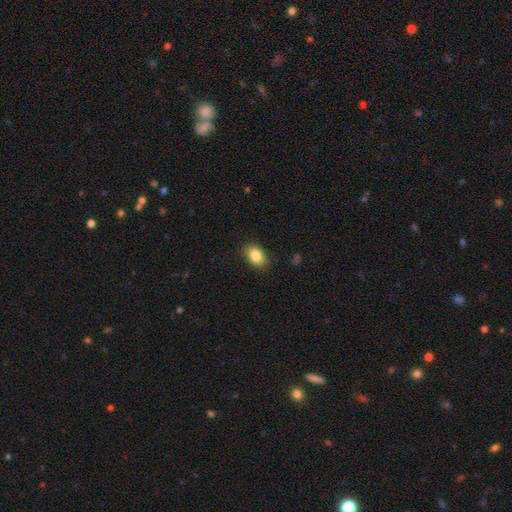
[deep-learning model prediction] Q: Smooth or featured?
A: smooth (85%); runner-up: star or artifact (8%)
Q: How rounded?
A: in between (81%); runner-up: round (18%)
Q: Merging?
A: none (85%); runner-up: minor disturbance (11%)